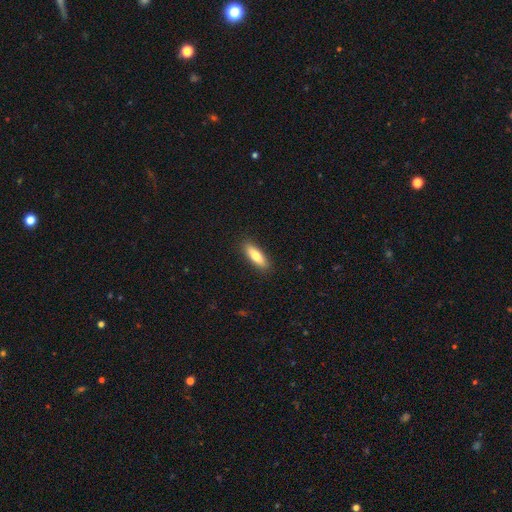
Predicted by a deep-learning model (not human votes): Overall: smooth (78%). How rounded: cigar-shaped (52%; in between 47%). Merging: none (89%).